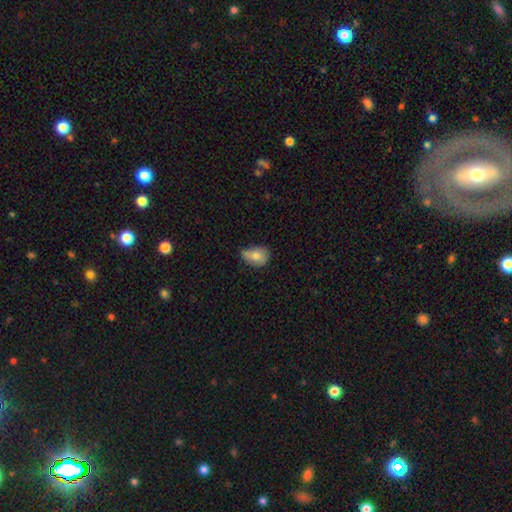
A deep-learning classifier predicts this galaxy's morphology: Smooth or featured? Predicted: smooth (p=0.76). How rounded? Predicted: in between (p=0.62). Merging? Predicted: minor disturbance (p=0.46).